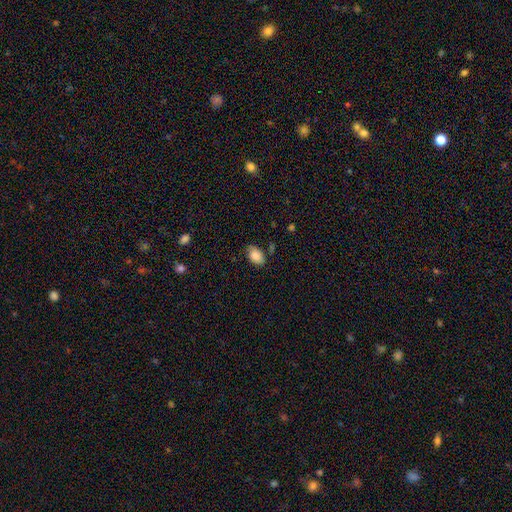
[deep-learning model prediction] This appears to be a smooth galaxy with no disk features (85%) that is in between round and cigar-shaped (87%). Merging: none (70%).